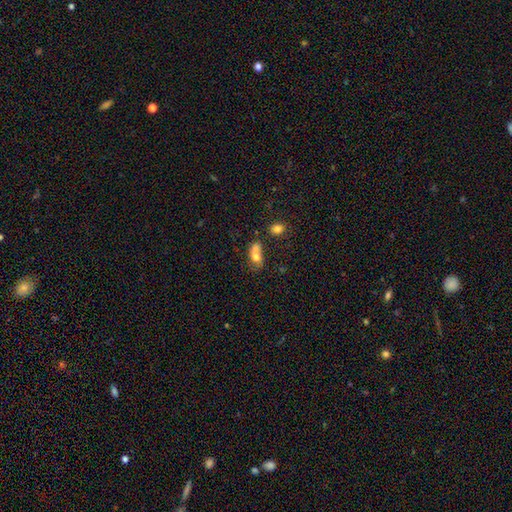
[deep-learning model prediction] smooth 70%, featured or disk 19%, star or artifact 11%. Down the decision tree: how rounded — in between (72%); merging — merger (52%).